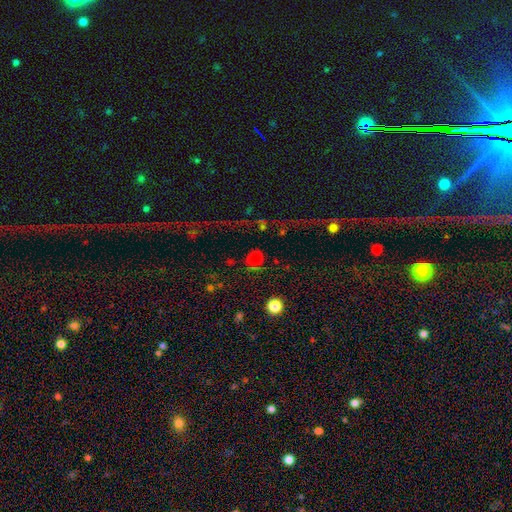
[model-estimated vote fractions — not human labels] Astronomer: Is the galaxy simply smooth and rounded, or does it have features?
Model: smooth — 70%.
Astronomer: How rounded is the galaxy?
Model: round — 90%.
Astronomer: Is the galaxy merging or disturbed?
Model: none — 78%.